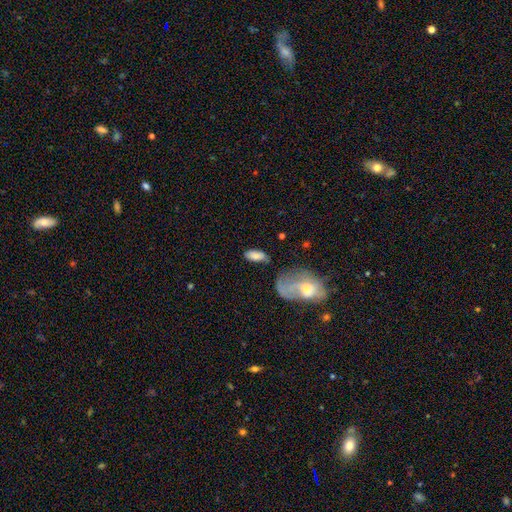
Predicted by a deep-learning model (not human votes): smooth_or_featured: smooth (p=0.78) [alt: featured or disk p=0.15]
how_rounded: in between (p=0.87) [alt: cigar-shaped p=0.10]
merging: none (p=0.57) [alt: minor disturbance p=0.20]